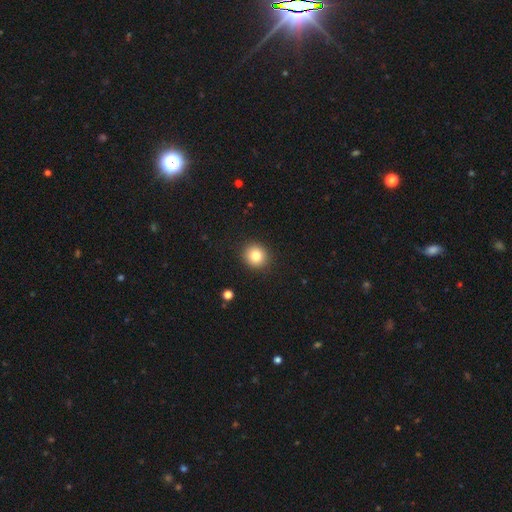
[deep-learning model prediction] The model was most divided on "smooth or featured": smooth: 82%, star or artifact: 10%, featured or disk: 7%. More confident: merging — none (91%); how rounded — round (88%).